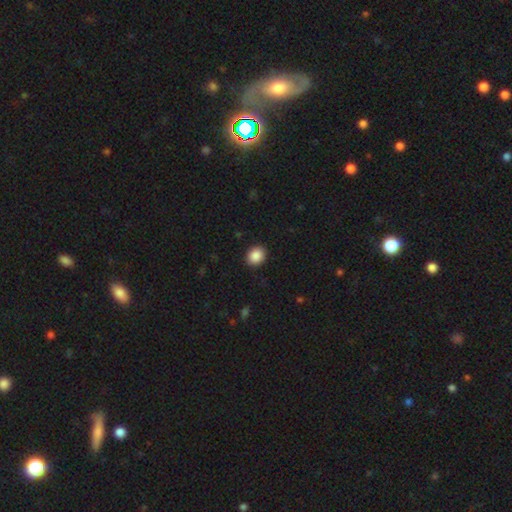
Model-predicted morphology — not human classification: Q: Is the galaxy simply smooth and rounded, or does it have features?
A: smooth — 88%.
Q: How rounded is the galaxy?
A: round — 67%.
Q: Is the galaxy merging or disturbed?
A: none — 91%.